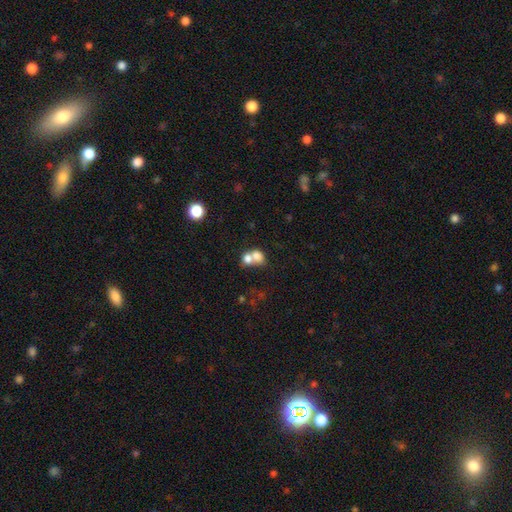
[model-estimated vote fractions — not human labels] This is likely a smooth galaxy (72%). How rounded: possibly in between (51%). Merging: likely merger (67%).